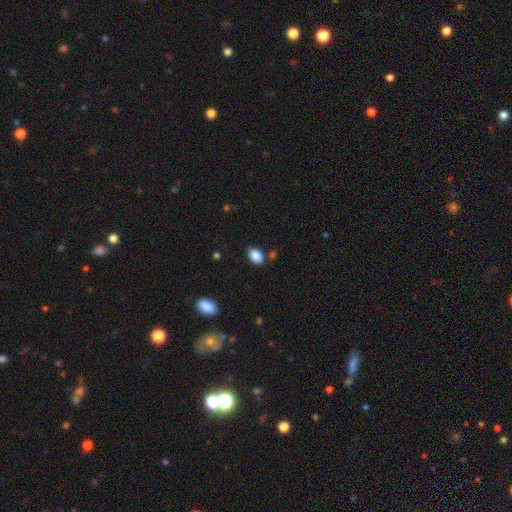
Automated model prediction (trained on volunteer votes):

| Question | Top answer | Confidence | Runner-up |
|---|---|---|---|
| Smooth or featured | smooth | 88% | star or artifact (8%) |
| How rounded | in between | 88% | round (10%) |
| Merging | none | 81% | minor disturbance (13%) |